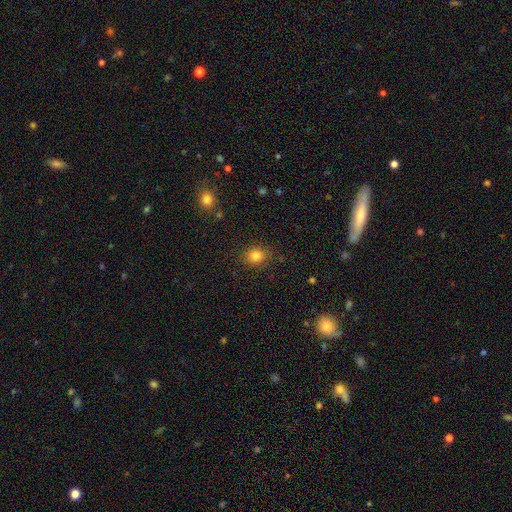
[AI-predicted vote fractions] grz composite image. It shows a smooth galaxy with no disk features (82%) that is round (64%). Merging: none (85%).